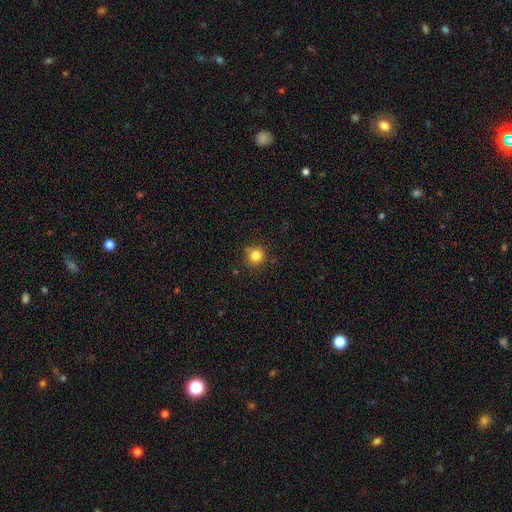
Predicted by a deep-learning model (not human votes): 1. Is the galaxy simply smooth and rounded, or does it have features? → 82% smooth, 13% star or artifact, 5% featured or disk.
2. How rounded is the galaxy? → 94% round, 5% in between, 1% cigar-shaped.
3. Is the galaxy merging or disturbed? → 84% none, 11% minor disturbance, 3% merger, 3% major disturbance.